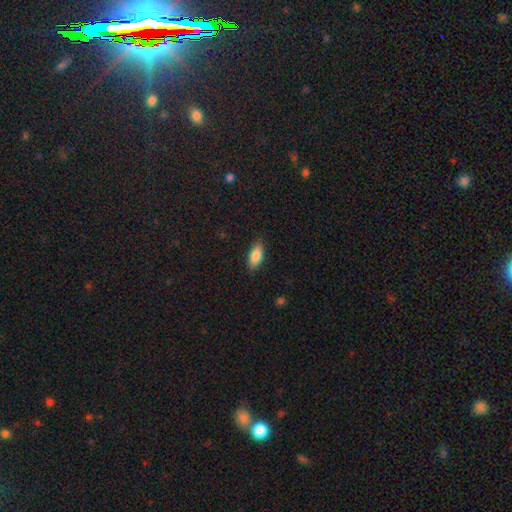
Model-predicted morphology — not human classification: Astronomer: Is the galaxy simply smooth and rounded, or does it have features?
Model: smooth — 84%.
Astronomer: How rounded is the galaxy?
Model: in between — 83%.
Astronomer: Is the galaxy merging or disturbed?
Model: none — 86%.